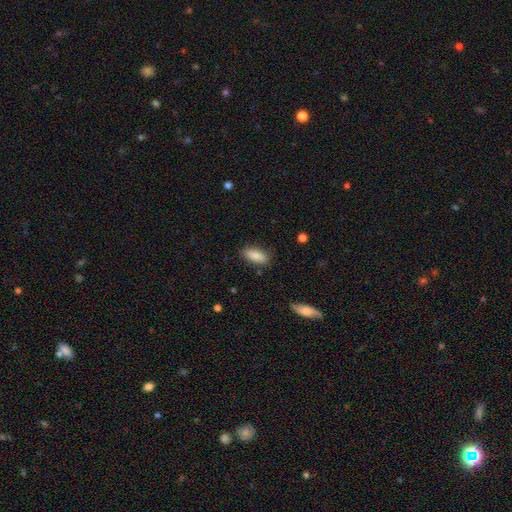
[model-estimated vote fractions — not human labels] smooth_or_featured: smooth (p=0.86) [alt: featured or disk p=0.07]
how_rounded: in between (p=0.82) [alt: cigar-shaped p=0.16]
merging: none (p=0.84) [alt: minor disturbance p=0.12]